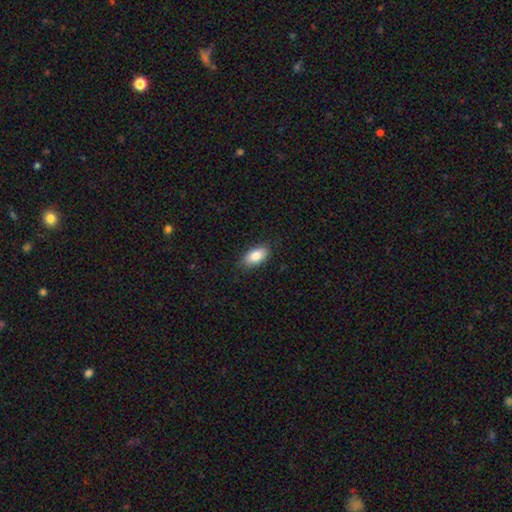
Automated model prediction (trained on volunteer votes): Morphology: type=smooth (84%); roundness=in between (92%); merging=none (85%).